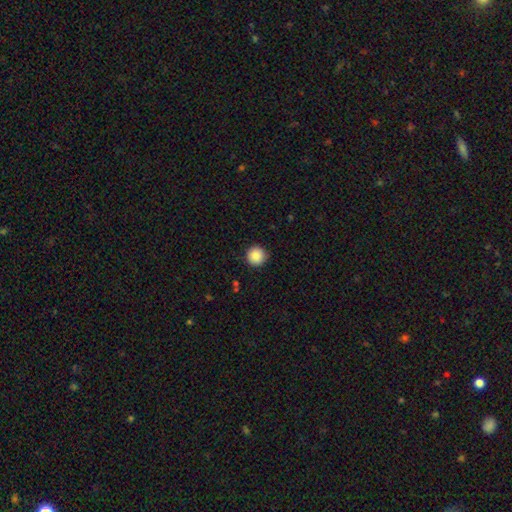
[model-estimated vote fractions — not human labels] The model was most divided on "smooth or featured": smooth: 88%, star or artifact: 9%, featured or disk: 3%. More confident: how rounded — round (96%); merging — none (91%).